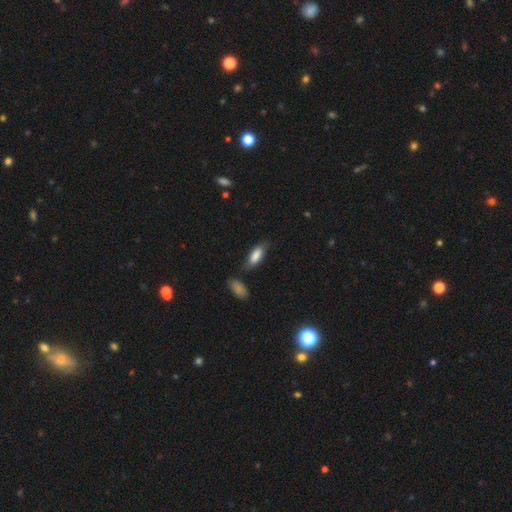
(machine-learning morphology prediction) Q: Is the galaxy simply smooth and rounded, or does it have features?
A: smooth — 82%.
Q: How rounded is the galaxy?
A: in between — 69%.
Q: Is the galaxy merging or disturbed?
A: none — 69%.